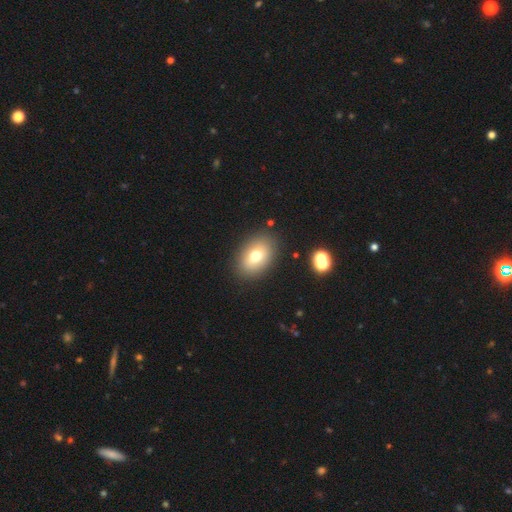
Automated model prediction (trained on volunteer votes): Morphology: type=smooth (73%); roundness=in between (80%); merging=none (87%).